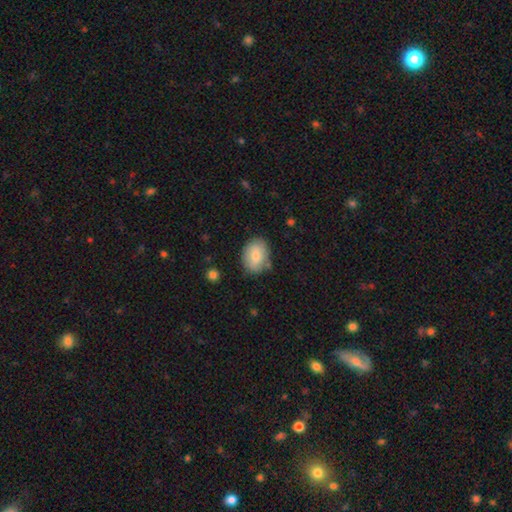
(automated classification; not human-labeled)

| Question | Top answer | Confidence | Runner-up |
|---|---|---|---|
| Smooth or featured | smooth | 78% | featured or disk (14%) |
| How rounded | in between | 67% | round (32%) |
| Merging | none | 76% | minor disturbance (18%) |